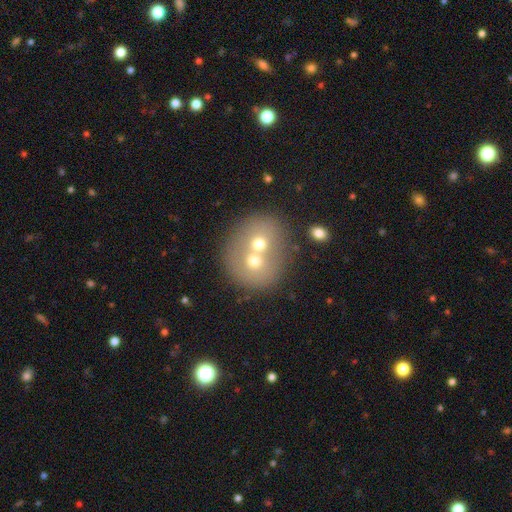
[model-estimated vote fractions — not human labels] Smooth or featured?
  - smooth: 56% *
  - featured or disk: 31%
  - star or artifact: 13%
How rounded?
  - round: 78% *
  - in between: 21%
  - cigar-shaped: 1%
Merging?
  - merger: 68% *
  - none: 25%
  - minor disturbance: 5%
  - major disturbance: 3%